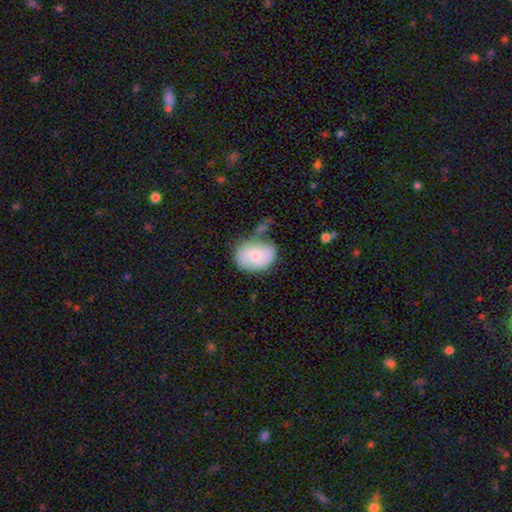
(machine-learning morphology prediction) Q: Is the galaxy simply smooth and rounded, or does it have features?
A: smooth — 64%.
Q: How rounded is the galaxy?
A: in between — 60%.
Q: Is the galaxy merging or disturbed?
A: none — 51%.